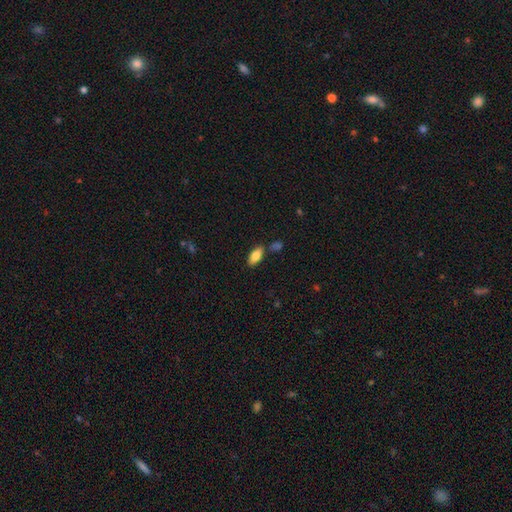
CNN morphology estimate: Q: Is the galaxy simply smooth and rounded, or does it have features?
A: smooth — 81%.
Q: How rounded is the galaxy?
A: in between — 87%.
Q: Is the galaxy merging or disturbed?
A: none — 76%.